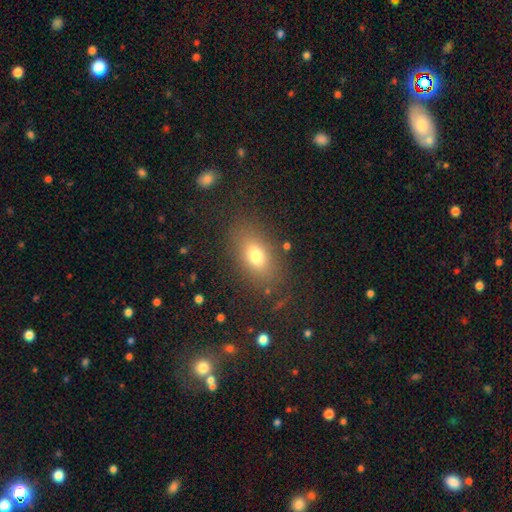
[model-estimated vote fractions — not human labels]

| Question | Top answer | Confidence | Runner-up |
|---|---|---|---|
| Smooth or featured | smooth | 73% | featured or disk (14%) |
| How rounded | in between | 81% | round (15%) |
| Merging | none | 81% | minor disturbance (11%) |